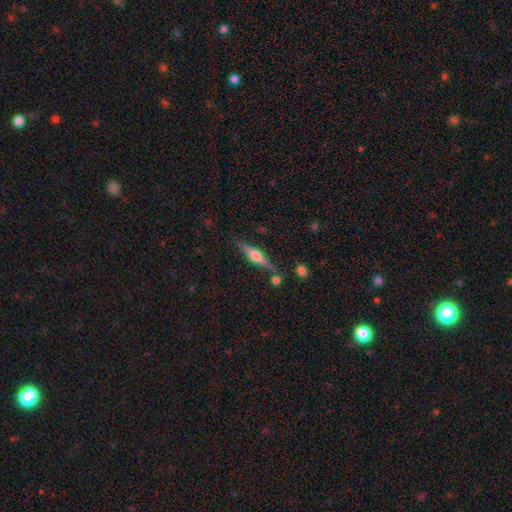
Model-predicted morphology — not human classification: A featured or disk galaxy (66%) viewed edge-on (96%) with a rounded central bulge (87%). Merging: none (78%).